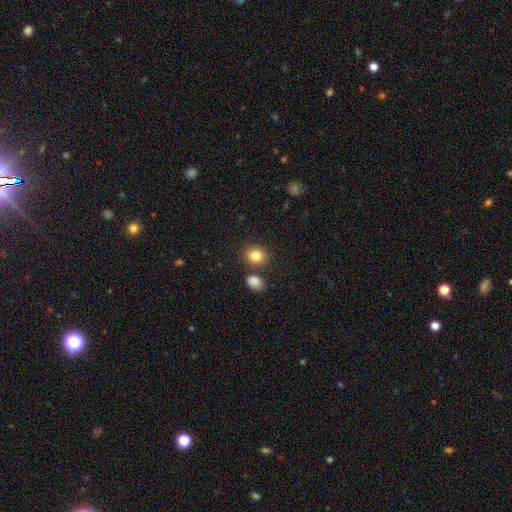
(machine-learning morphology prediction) smooth 84%, star or artifact 10%, featured or disk 6%. Down the decision tree: how rounded — round (68%); merging — none (78%).